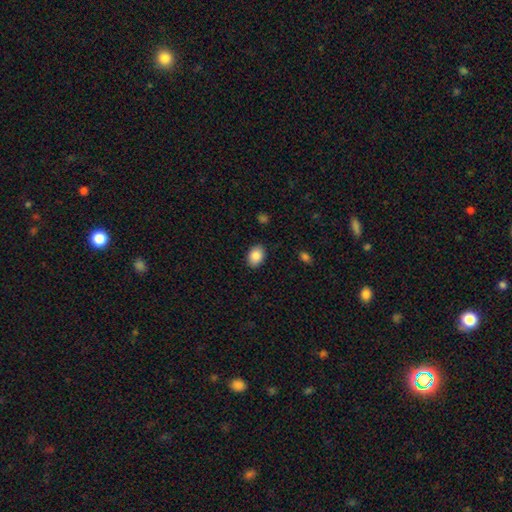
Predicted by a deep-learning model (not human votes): smooth_or_featured: smooth (p=0.87) [alt: star or artifact p=0.07]
how_rounded: in between (p=0.78) [alt: round p=0.21]
merging: none (p=0.87) [alt: minor disturbance p=0.10]